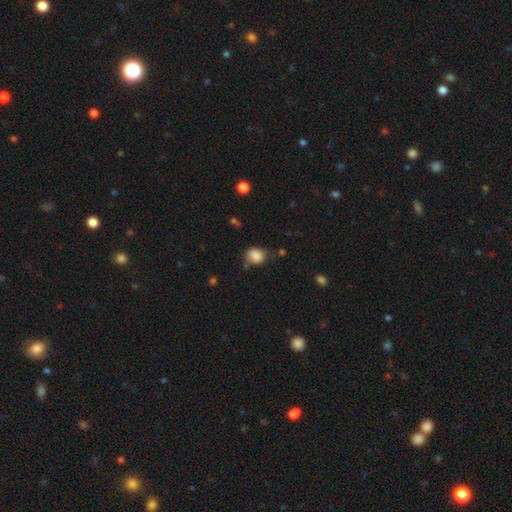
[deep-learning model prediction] Morphology: type=smooth (83%); roundness=round (52%); merging=none (60%).